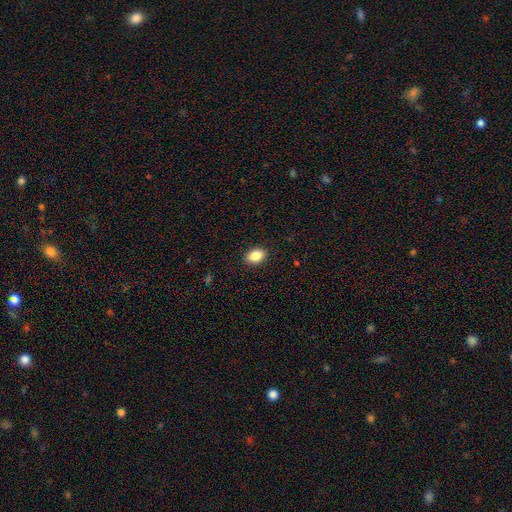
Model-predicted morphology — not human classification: Smooth or featured? smooth (86%)
How rounded? in between (82%)
Merging? none (90%)